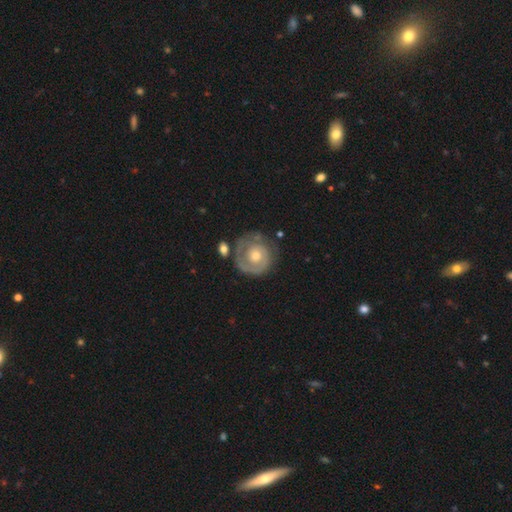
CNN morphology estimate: A featured or disk galaxy (71%) with no bar (82%), 1 (43%) tight (74%) spiral arms (76%) and a moderate central bulge (66%). Merging: none (69%).